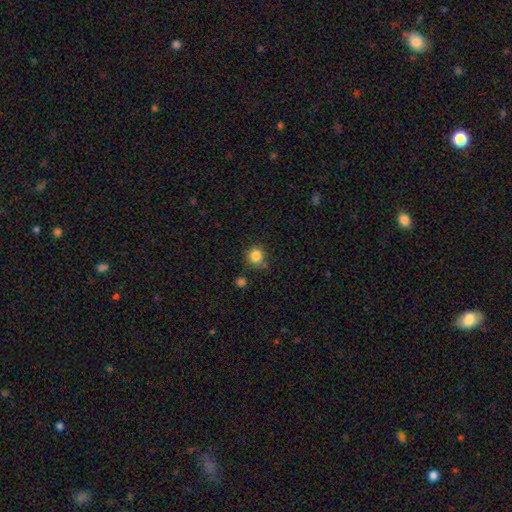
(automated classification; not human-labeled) Smooth or featured: smooth — 85% (star or artifact — 11%)
How rounded: round — 91% (in between — 8%)
Merging: none — 80% (minor disturbance — 12%)